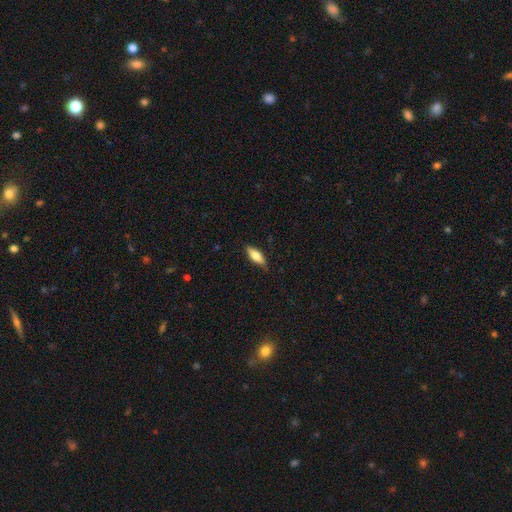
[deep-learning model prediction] A smooth galaxy with no disk features (66%) that is in between round and cigar-shaped (64%). Merging: none (83%).